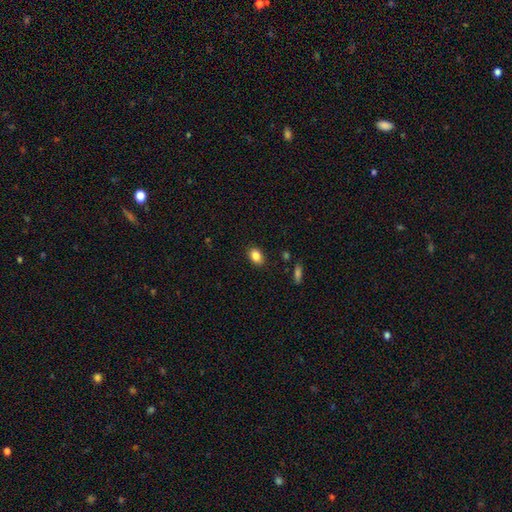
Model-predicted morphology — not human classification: Overall: smooth (86%). How rounded: in between (80%). Merging: none (87%).